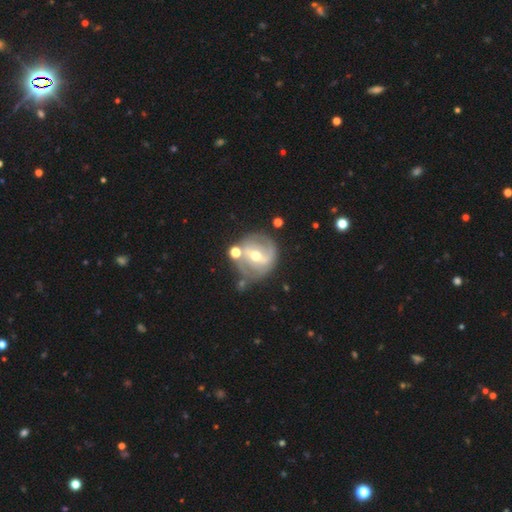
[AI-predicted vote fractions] This is likely a featured or disk galaxy (75%). It is clearly not viewed edge-on (96%). Bar: marginally strong (42%). Spiral arm pattern: likely yes (75%). Spiral arm count: likely 2 (71%). Spiral winding: marginally medium (41%). Central bulge: likely moderate (65%). Merging: likely none (66%).